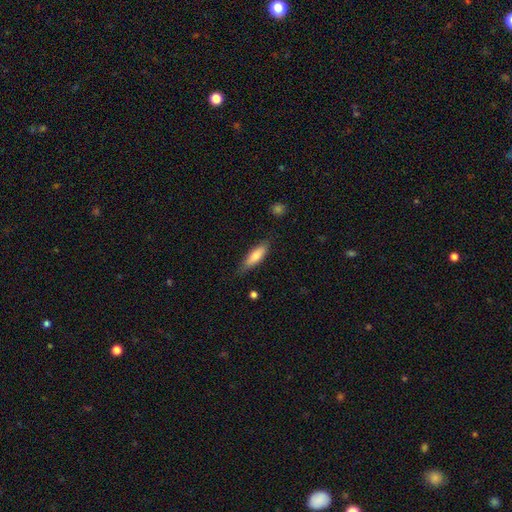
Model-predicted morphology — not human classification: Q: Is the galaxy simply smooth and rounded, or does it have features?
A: smooth — 77%.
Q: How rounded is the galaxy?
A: cigar-shaped — 51%.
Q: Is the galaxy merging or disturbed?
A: none — 77%.